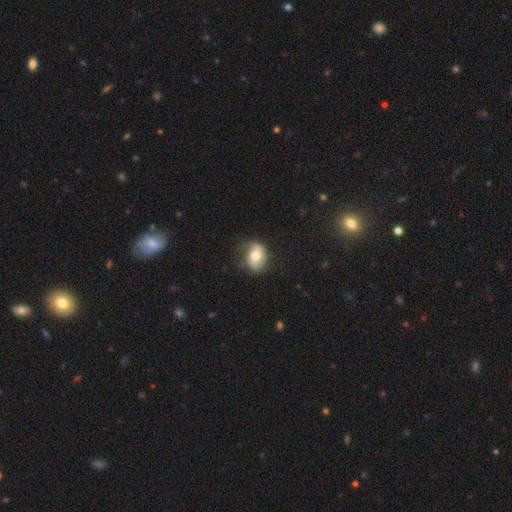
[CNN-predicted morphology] smooth 54%, featured or disk 38%, star or artifact 8%. Down the decision tree: how rounded — in between (66%); merging — none (60%).